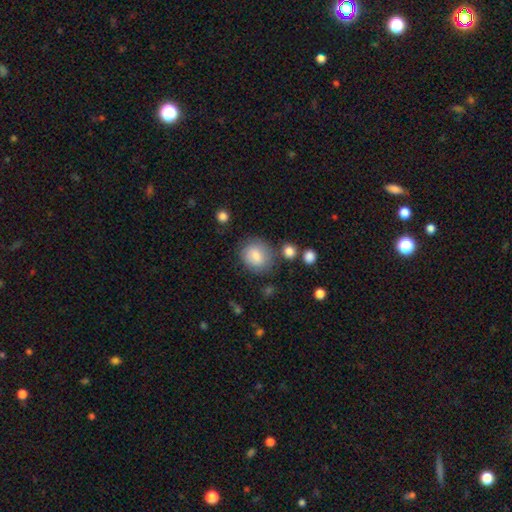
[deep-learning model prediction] A smooth galaxy with no disk features (80%) that is round (68%). Merging: none (74%).